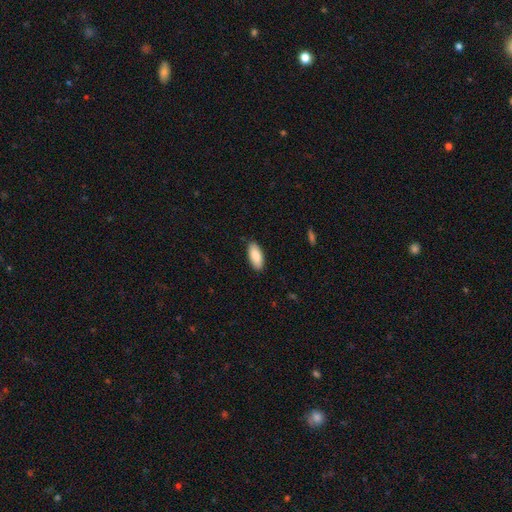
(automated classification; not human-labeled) The model was most divided on "how rounded": in between: 87%, cigar-shaped: 12%, round: 2%. More confident: merging — none (88%); smooth or featured — smooth (86%).